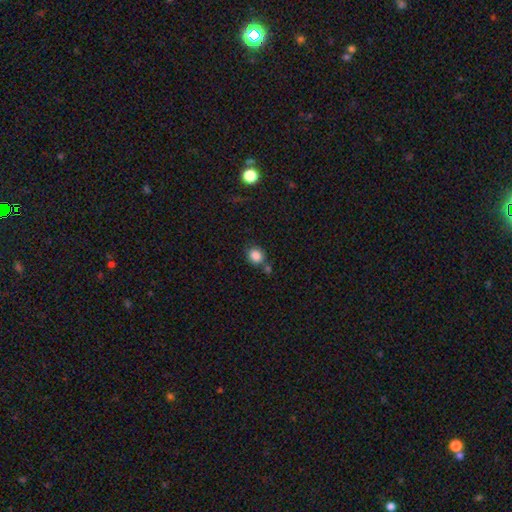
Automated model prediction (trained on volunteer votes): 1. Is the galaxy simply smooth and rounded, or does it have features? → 85% smooth, 10% star or artifact, 4% featured or disk.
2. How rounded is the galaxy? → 76% round, 23% in between, 1% cigar-shaped.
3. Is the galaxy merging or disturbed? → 70% none, 14% merger, 12% minor disturbance, 4% major disturbance.